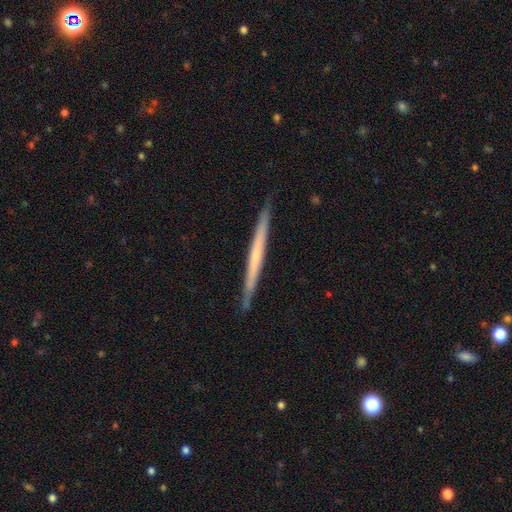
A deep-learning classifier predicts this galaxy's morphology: A featured or disk galaxy (57%) viewed edge-on (98%) with no central bulge (79%). Merging: none (91%).